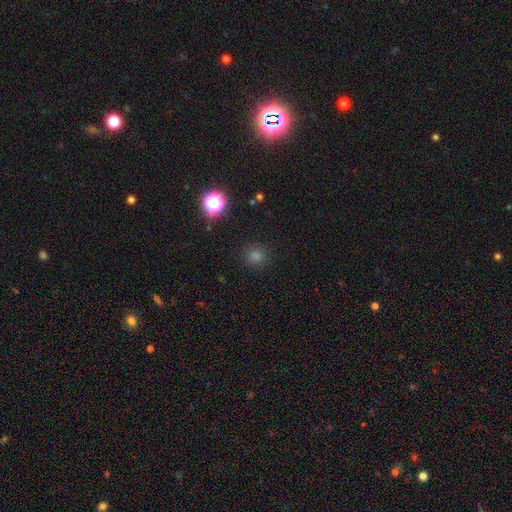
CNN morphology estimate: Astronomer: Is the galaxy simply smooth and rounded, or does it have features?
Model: smooth — 71%.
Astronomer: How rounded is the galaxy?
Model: round — 94%.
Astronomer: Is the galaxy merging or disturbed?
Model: none — 90%.